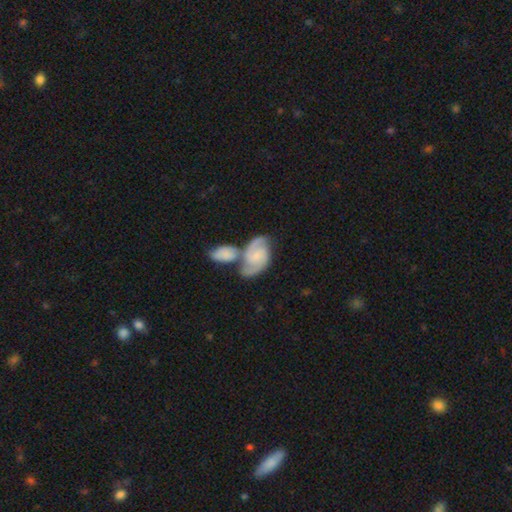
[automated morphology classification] Q: Smooth or featured?
A: featured or disk (81%); runner-up: smooth (14%)
Q: Edge-on disk?
A: no (97%); runner-up: yes (3%)
Q: Bar?
A: no (53%); runner-up: weak (37%)
Q: Spiral arms?
A: yes (97%); runner-up: no (3%)
Q: Spiral winding?
A: medium (54%); runner-up: tight (26%)
Q: Spiral arm count?
A: 2 (91%); runner-up: can't tell (4%)
Q: Bulge size?
A: small (42%); runner-up: none (33%)
Q: Merging?
A: merger (45%); runner-up: none (36%)